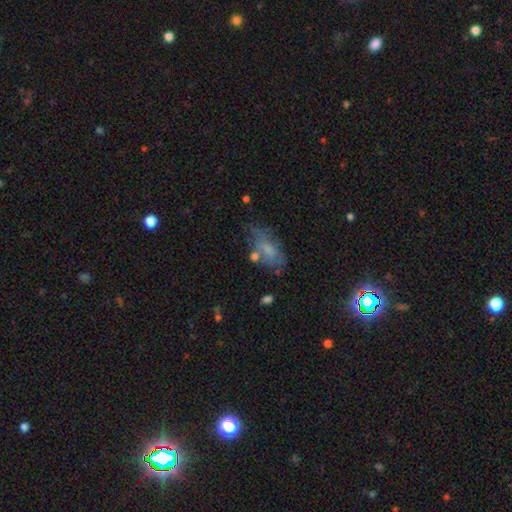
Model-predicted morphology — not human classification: Q: Smooth or featured?
A: smooth (61%); runner-up: featured or disk (28%)
Q: How rounded?
A: in between (86%); runner-up: cigar-shaped (9%)
Q: Merging?
A: none (39%); runner-up: minor disturbance (27%)